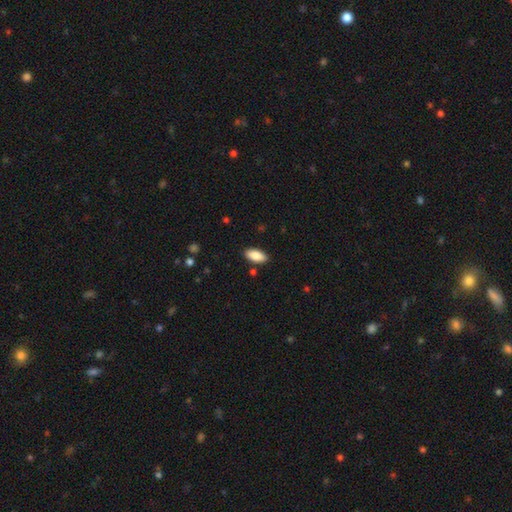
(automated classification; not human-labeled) Smooth or featured? smooth (87%)
How rounded? in between (90%)
Merging? none (88%)